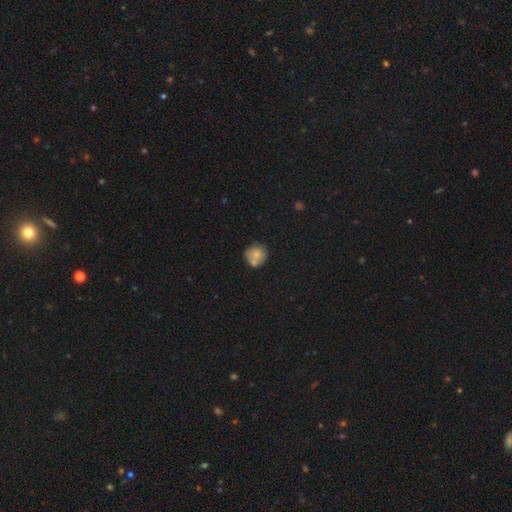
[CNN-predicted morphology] This appears to be a smooth galaxy with no disk features (75%) that is round (88%). Merging: none (57%).